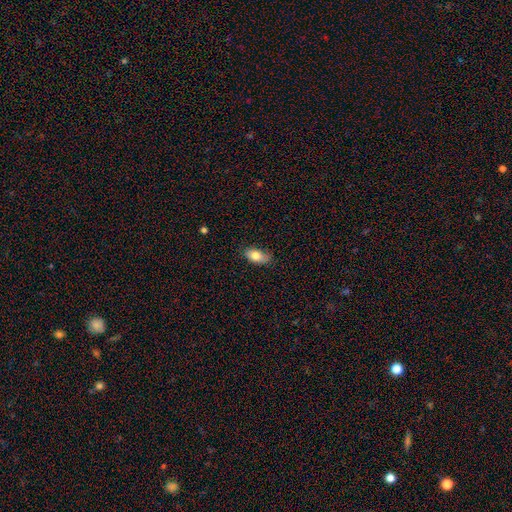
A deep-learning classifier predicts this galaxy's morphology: smooth-or-featured: smooth: 78% | featured or disk: 14% | star or artifact: 7%
  how-rounded: in between: 90% | cigar-shaped: 5% | round: 5%
  merging: none: 75% | minor disturbance: 20% | major disturbance: 3% | merger: 1%